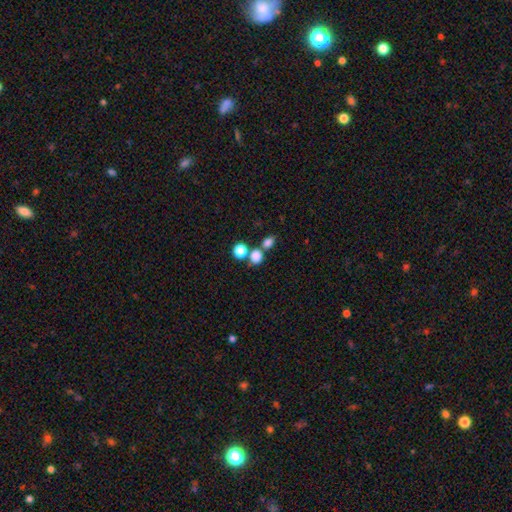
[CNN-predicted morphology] A smooth galaxy with no disk features (80%) that is round (69%). Merging: none (54%).